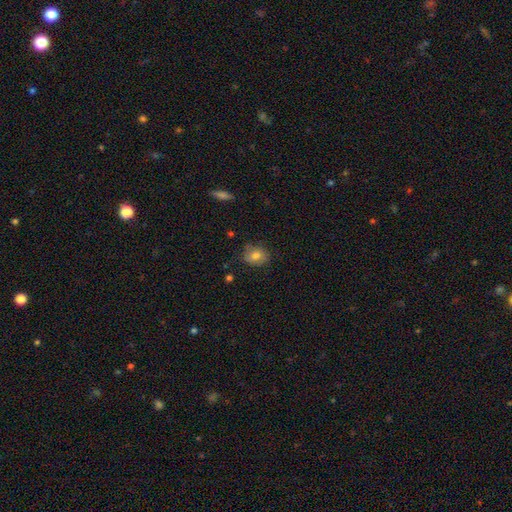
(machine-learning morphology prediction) This appears to be a smooth galaxy with no disk features (76%) that is round (51%). Merging: none (77%).